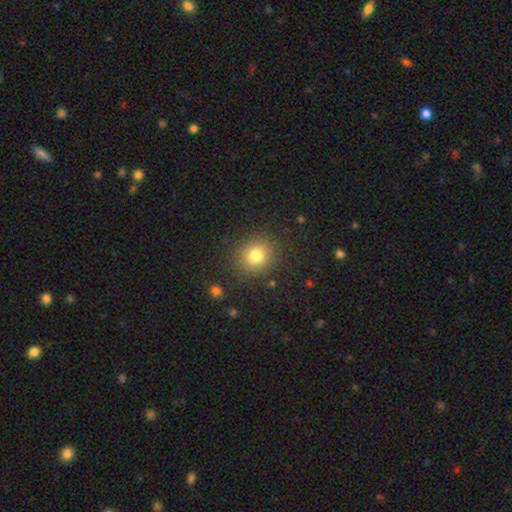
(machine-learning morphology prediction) smooth-or-featured: smooth: 79% | star or artifact: 13% | featured or disk: 8%
  how-rounded: round: 85% | in between: 15% | cigar-shaped: 1%
  merging: none: 87% | minor disturbance: 8% | major disturbance: 3% | merger: 2%